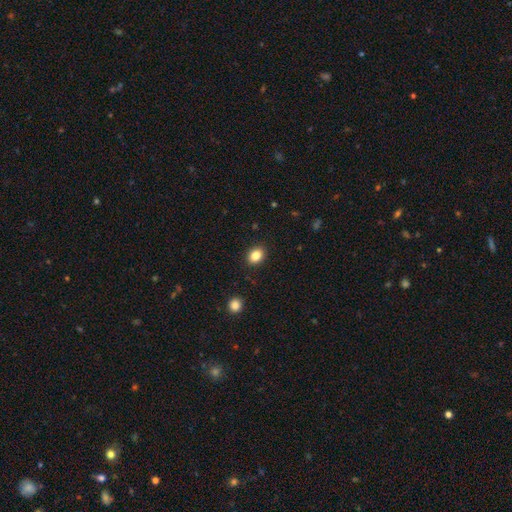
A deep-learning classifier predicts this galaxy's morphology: The model was most divided on "how rounded": in between: 57%, round: 42%, cigar-shaped: 1%. More confident: merging — none (89%); smooth or featured — smooth (85%).